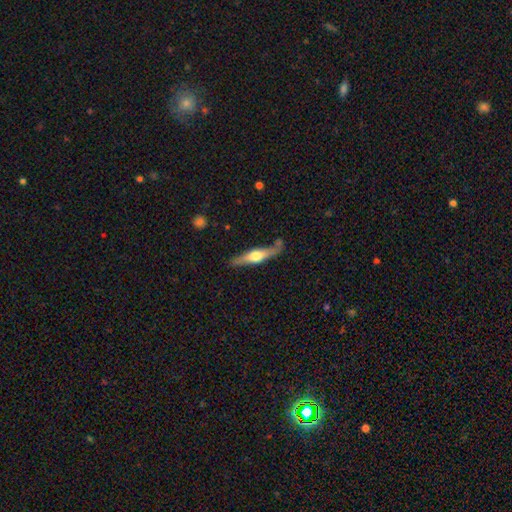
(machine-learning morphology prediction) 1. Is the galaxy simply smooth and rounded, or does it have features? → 64% featured or disk, 31% smooth, 5% star or artifact.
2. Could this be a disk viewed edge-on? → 93% yes, 7% no.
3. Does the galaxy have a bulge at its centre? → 92% rounded, 5% boxy, 3% none.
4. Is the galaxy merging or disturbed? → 74% none, 17% minor disturbance, 5% merger, 4% major disturbance.